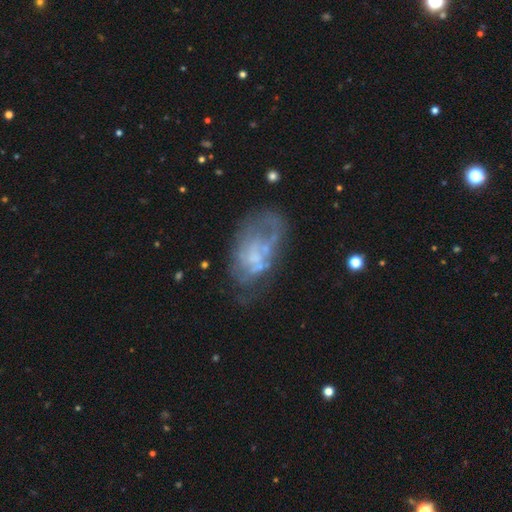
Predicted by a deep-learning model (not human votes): This is likely a featured or disk galaxy (61%). It is clearly not viewed edge-on (96%). Bar: clearly no (82%). Spiral arm pattern: likely no (72%). Central bulge: possibly none (58%). Merging: marginally none (41%).